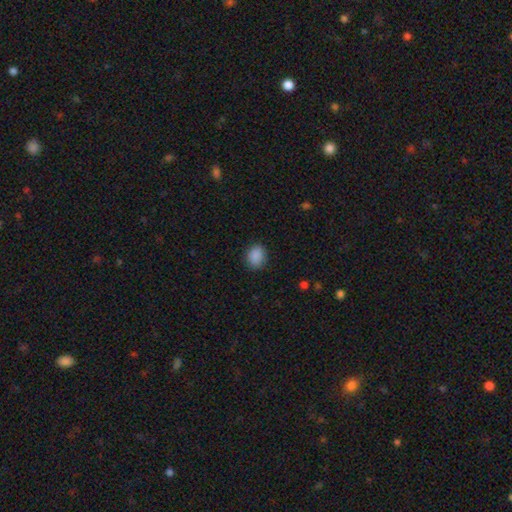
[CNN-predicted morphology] Q: Smooth or featured?
A: smooth (88%); runner-up: star or artifact (9%)
Q: How rounded?
A: round (50%); runner-up: in between (49%)
Q: Merging?
A: none (84%); runner-up: minor disturbance (12%)